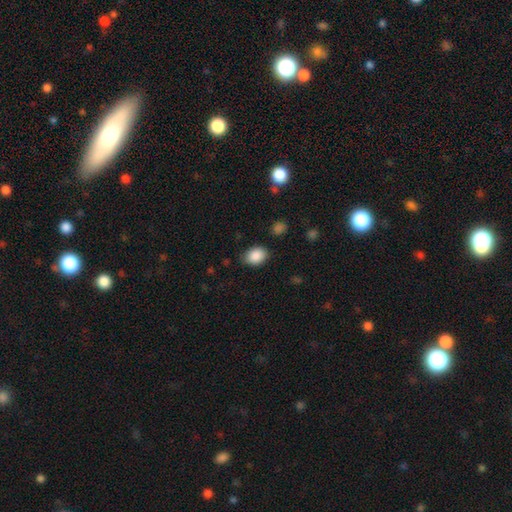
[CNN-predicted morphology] smooth-or-featured: smooth: 88% | star or artifact: 8% | featured or disk: 4%
  how-rounded: in between: 71% | round: 28% | cigar-shaped: 1%
  merging: none: 82% | minor disturbance: 13% | major disturbance: 3% | merger: 2%